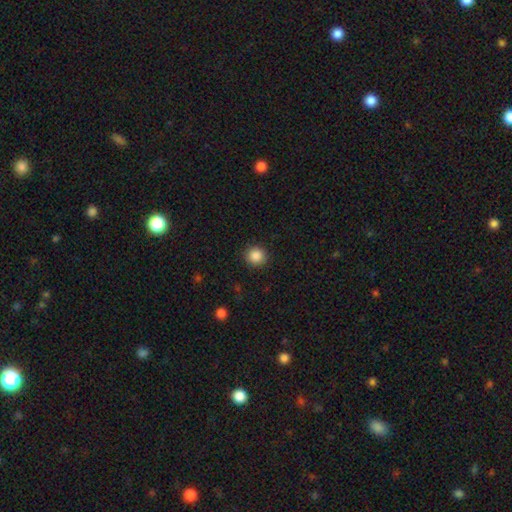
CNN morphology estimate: The model was most divided on "smooth or featured": smooth: 87%, star or artifact: 10%, featured or disk: 4%. More confident: how rounded — round (92%); merging — none (91%).